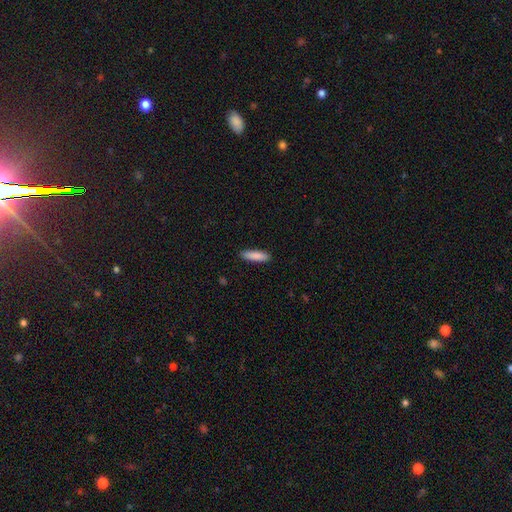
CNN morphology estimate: Overall: smooth (88%). How rounded: cigar-shaped (65%; in between 33%). Merging: none (90%).